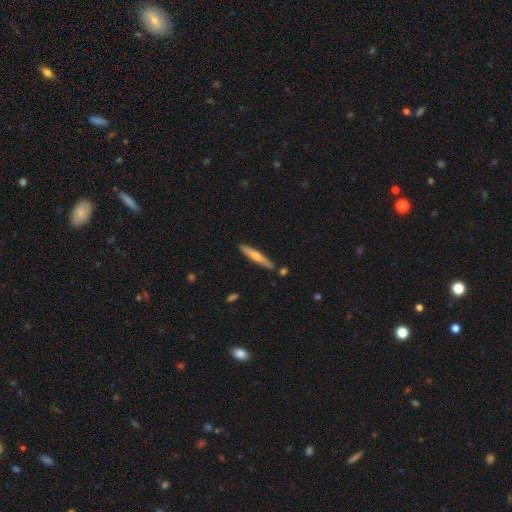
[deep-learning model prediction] smooth_or_featured: featured or disk (p=0.53) [alt: smooth p=0.41]
disk_edge_on: yes (p=0.95) [alt: no p=0.05]
edge_on_bulge: rounded (p=0.82) [alt: none p=0.14]
merging: none (p=0.88) [alt: minor disturbance p=0.08]